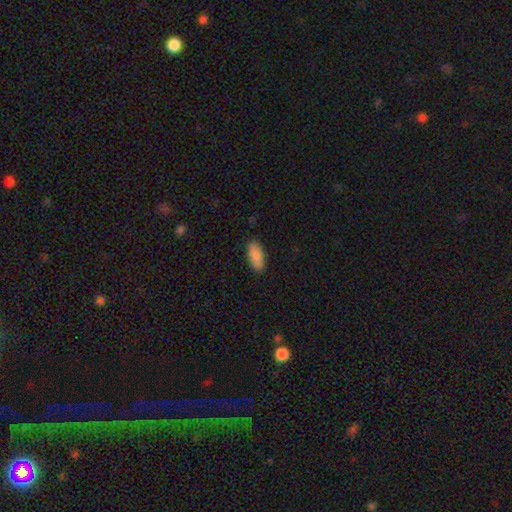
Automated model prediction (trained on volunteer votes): This appears to be a smooth galaxy with no disk features (88%) that is in between round and cigar-shaped (85%). Merging: none (87%).